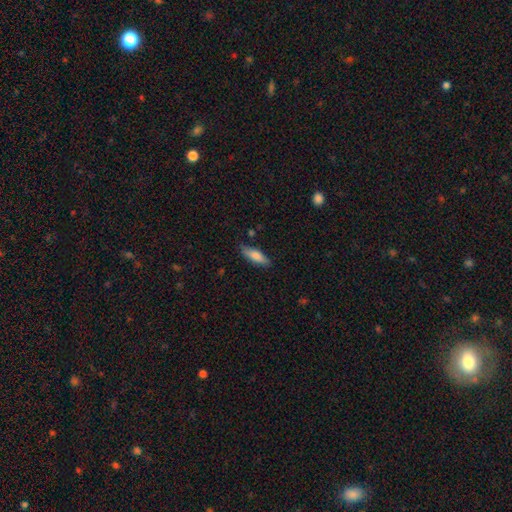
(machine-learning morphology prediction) This is likely a smooth galaxy (77%). How rounded: possibly cigar-shaped (49%, tied with in between). Merging: likely none (78%).